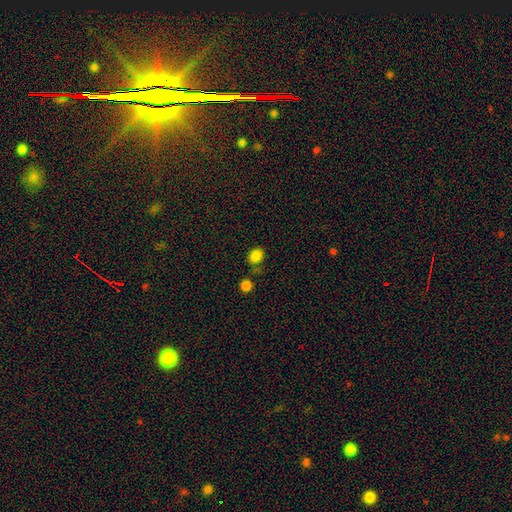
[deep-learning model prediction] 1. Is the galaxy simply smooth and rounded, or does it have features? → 83% smooth, 12% star or artifact, 4% featured or disk.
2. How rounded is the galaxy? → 52% in between, 47% round, 1% cigar-shaped.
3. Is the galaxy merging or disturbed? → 70% none, 15% minor disturbance, 10% merger, 5% major disturbance.